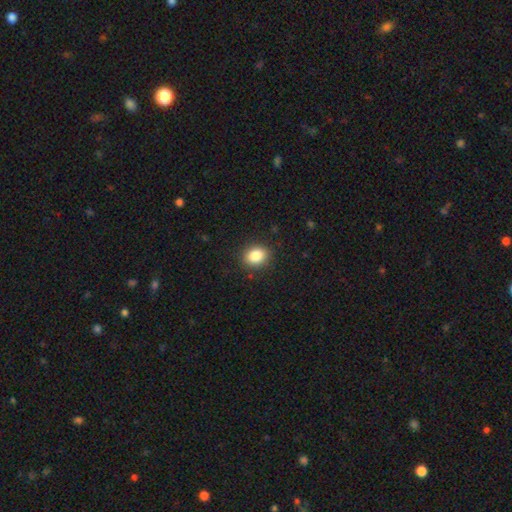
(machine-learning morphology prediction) Smooth or featured?
  - smooth: 86% *
  - star or artifact: 10%
  - featured or disk: 5%
How rounded?
  - round: 52% *
  - in between: 48%
  - cigar-shaped: 1%
Merging?
  - none: 88% *
  - minor disturbance: 8%
  - major disturbance: 3%
  - merger: 1%